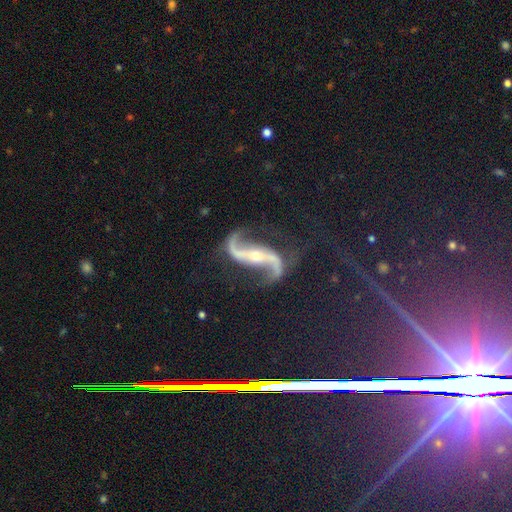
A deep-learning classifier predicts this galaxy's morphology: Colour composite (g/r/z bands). It shows a featured or disk galaxy (91%) with a strong bar (45%), 2 (95%) loose (79%) spiral arms (98%) and a small central bulge (56%). Merging: none (77%).